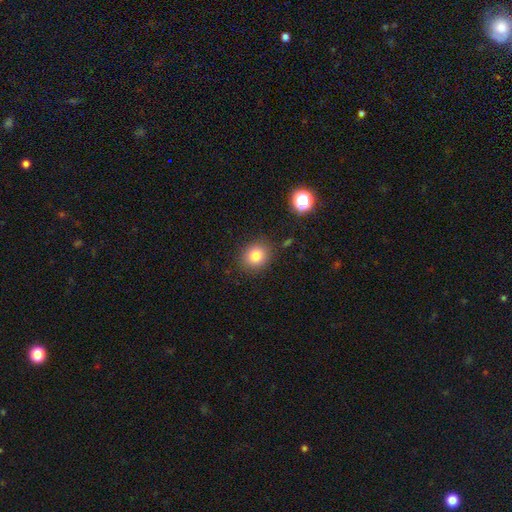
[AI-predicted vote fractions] A smooth galaxy with no disk features (82%) that is round (73%). Merging: none (86%).